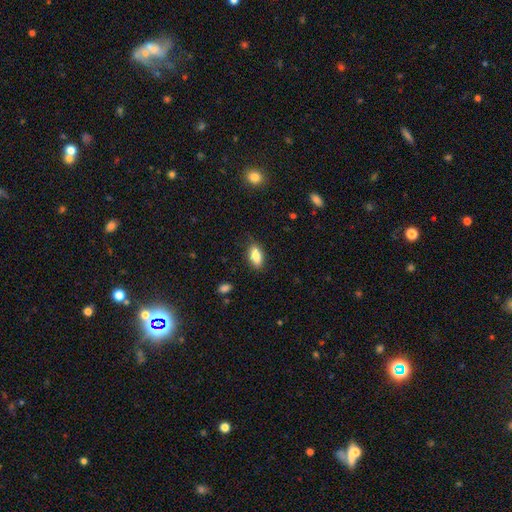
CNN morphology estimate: smooth-or-featured: smooth: 84% | featured or disk: 9% | star or artifact: 8%
  how-rounded: in between: 85% | cigar-shaped: 12% | round: 3%
  merging: none: 80% | minor disturbance: 15% | major disturbance: 3% | merger: 1%